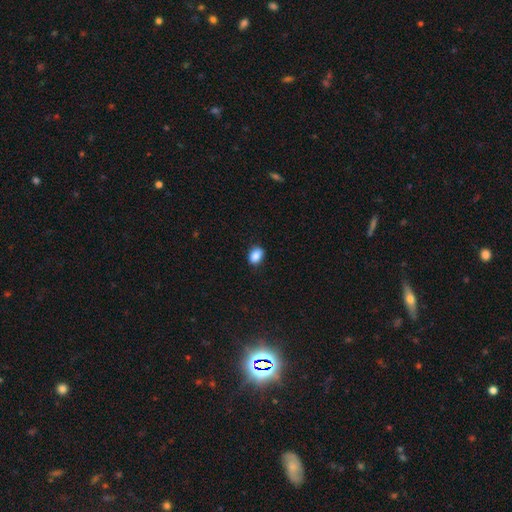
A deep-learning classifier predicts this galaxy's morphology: A smooth galaxy with no disk features (88%) that is in between round and cigar-shaped (77%). Merging: none (86%).